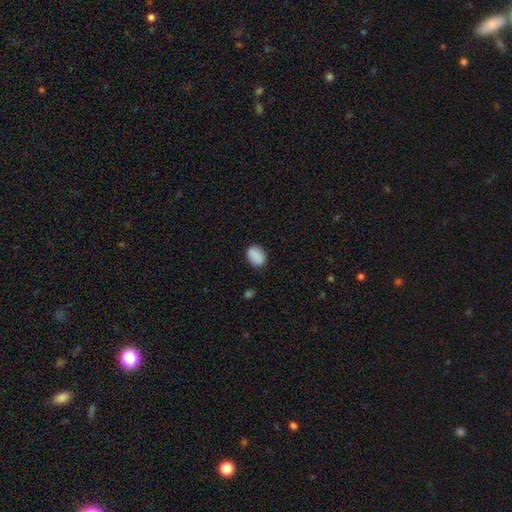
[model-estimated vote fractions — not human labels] A smooth galaxy with no disk features (89%) that is in between round and cigar-shaped (75%).

Vote fractions:
- Smooth or featured? smooth: 89% / star or artifact: 8% / featured or disk: 4%
- How rounded? in between: 75% / round: 24% / cigar-shaped: 1%
- Merging? none: 85% / minor disturbance: 11% / major disturbance: 3% / merger: 1%